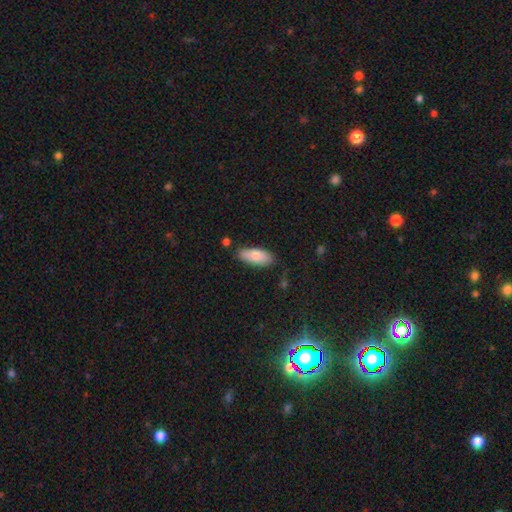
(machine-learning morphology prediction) smooth 86%, featured or disk 8%, star or artifact 6%. Down the decision tree: how rounded — in between (83%); merging — none (73%).